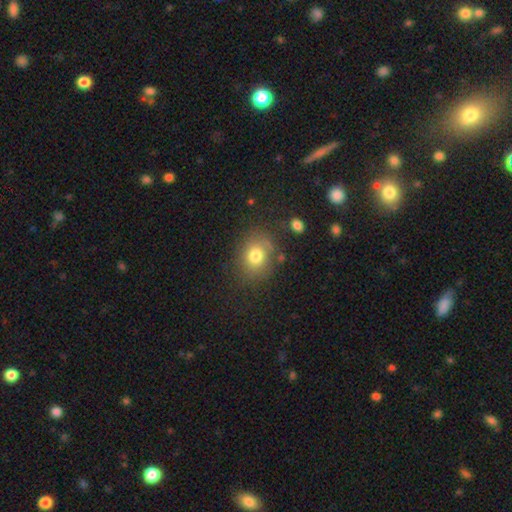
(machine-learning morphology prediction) Overall: smooth (77%). How rounded: round (58%; in between 41%). Merging: none (74%).